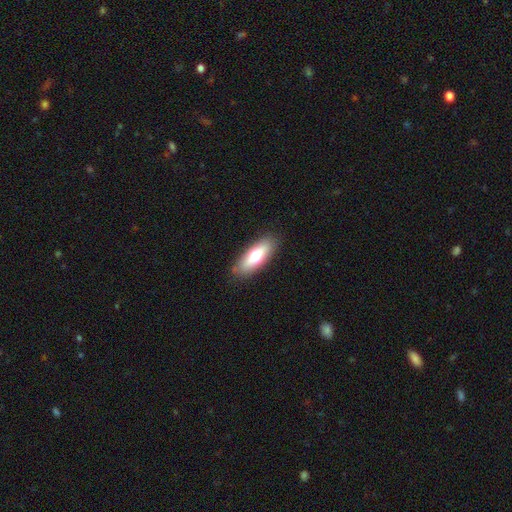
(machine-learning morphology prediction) A smooth galaxy with no disk features (65%) that is in between round and cigar-shaped (65%). Merging: none (86%).